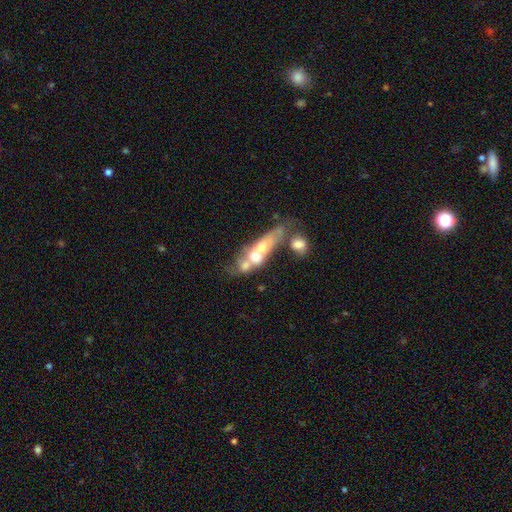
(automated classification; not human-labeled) smooth-or-featured: featured or disk: 49% | smooth: 40% | star or artifact: 11%
  merging: merger: 63% | none: 16% | major disturbance: 13% | minor disturbance: 8%